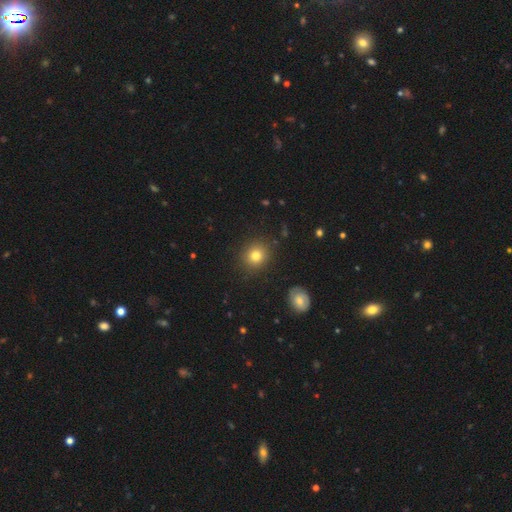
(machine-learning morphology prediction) smooth-or-featured: smooth: 80% | star or artifact: 12% | featured or disk: 8%
  how-rounded: round: 81% | in between: 18% | cigar-shaped: 1%
  merging: none: 88% | minor disturbance: 8% | major disturbance: 3% | merger: 2%